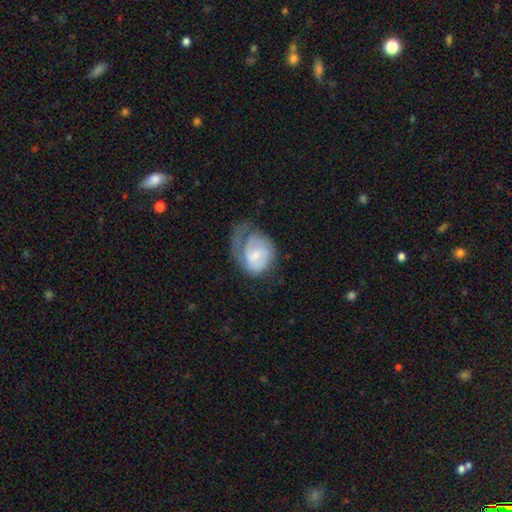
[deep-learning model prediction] smooth-or-featured: featured or disk: 59% | smooth: 35% | star or artifact: 6%
  disk-edge-on: no: 98% | yes: 2%
    bar: no: 60% | weak: 34% | strong: 6%
    has-spiral-arms: yes: 79% | no: 21%
    bulge-size: small: 56% | moderate: 32% | none: 7% | large: 4% | dominant: 1%
  merging: major disturbance: 44% | none: 27% | minor disturbance: 27% | merger: 2%